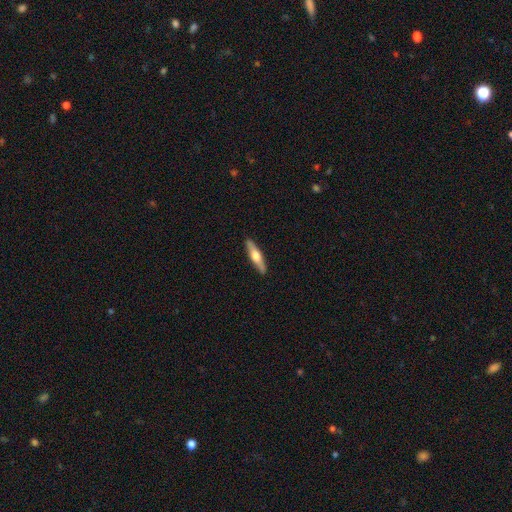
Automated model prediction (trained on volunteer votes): This appears to be a featured or disk galaxy (48%). Merging: none (91%).